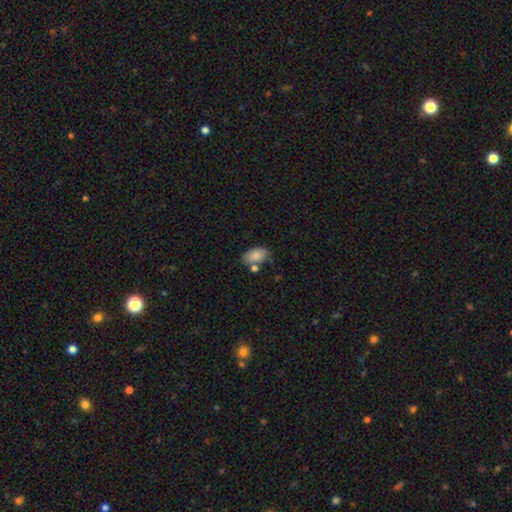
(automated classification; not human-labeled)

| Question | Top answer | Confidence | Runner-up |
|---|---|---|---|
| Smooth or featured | smooth | 85% | star or artifact (7%) |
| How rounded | in between | 92% | round (6%) |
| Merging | none | 60% | merger (18%) |